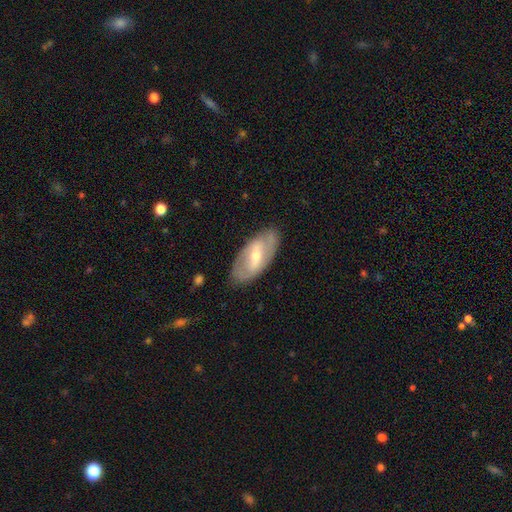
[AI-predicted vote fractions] featured or disk 64%, smooth 30%, star or artifact 6%. Down the decision tree: edge-on disk — no (89%); bar — strong (49%); spiral arms — yes (56%); bulge size — moderate (49%); merging — none (81%).